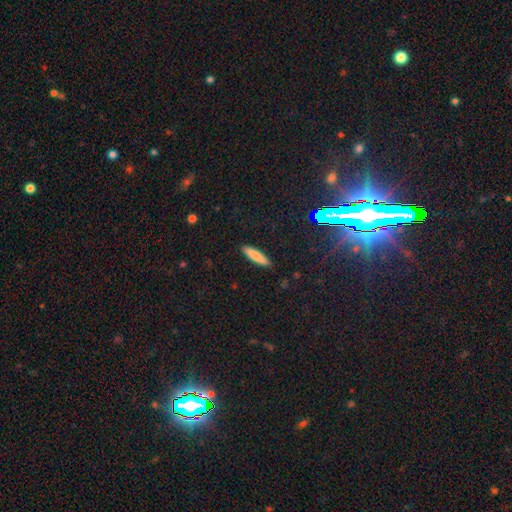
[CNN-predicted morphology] smooth_or_featured: smooth (p=0.82) [alt: featured or disk p=0.10]
how_rounded: cigar-shaped (p=0.81) [alt: in between p=0.18]
merging: none (p=0.90) [alt: minor disturbance p=0.07]